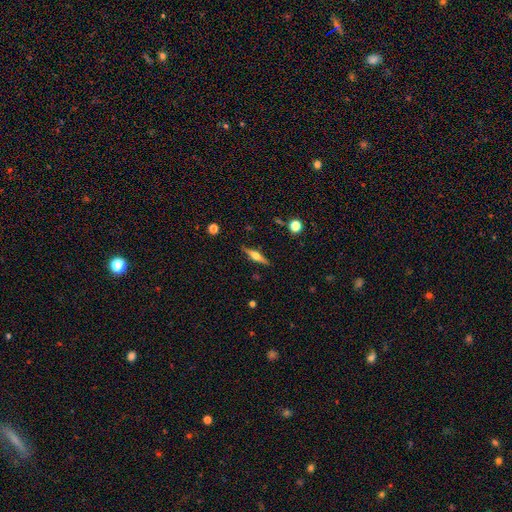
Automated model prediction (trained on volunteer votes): Smooth or featured?
  - featured or disk: 67% *
  - smooth: 27%
  - star or artifact: 6%
Edge-on disk?
  - yes: 97% *
  - no: 3%
Edge-on bulge?
  - rounded: 92% *
  - boxy: 5%
  - none: 2%
Merging?
  - none: 88% *
  - minor disturbance: 8%
  - major disturbance: 2%
  - merger: 1%